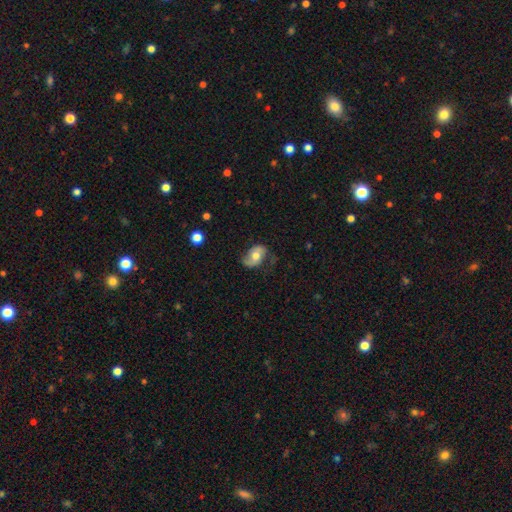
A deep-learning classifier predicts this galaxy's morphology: This appears to be a featured or disk galaxy (51%). Merging: none (61%).